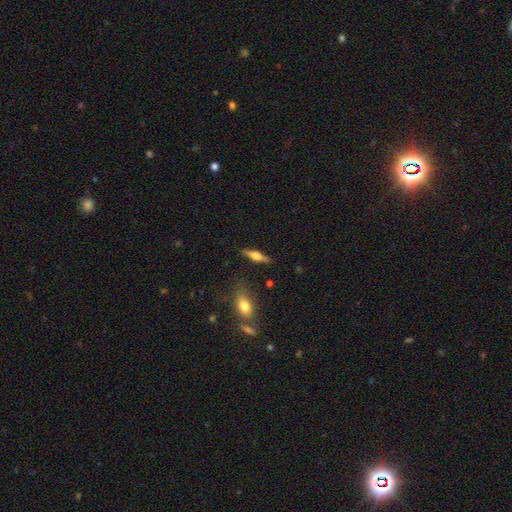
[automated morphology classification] This is possibly a featured or disk galaxy (54%). It is clearly viewed edge-on (95%). Edge-on bulge: clearly rounded (89%). Merging: clearly none (85%).